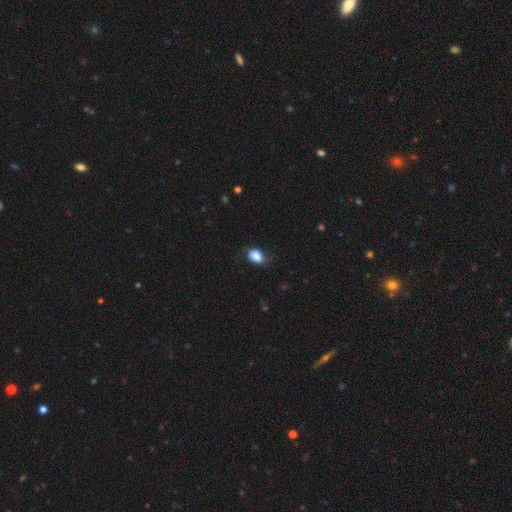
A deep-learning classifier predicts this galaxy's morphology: This is clearly a smooth galaxy (84%). How rounded: likely in between (72%). Merging: likely none (68%).